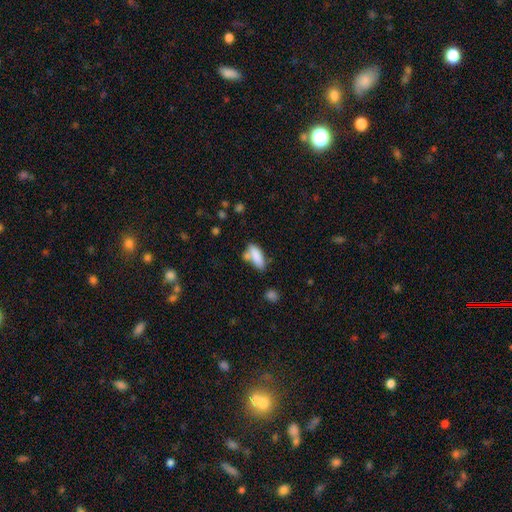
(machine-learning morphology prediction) Overall: smooth (82%). How rounded: in between (74%). Merging: none (45%; merger 25%).